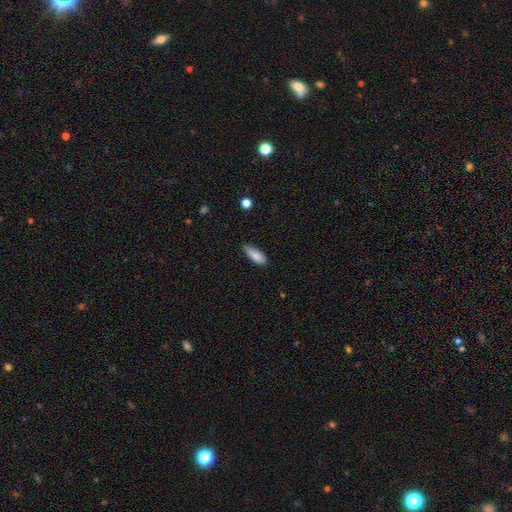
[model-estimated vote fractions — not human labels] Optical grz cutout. It shows a smooth galaxy with no disk features (86%) that is in between round and cigar-shaped (65%). Merging: none (68%).